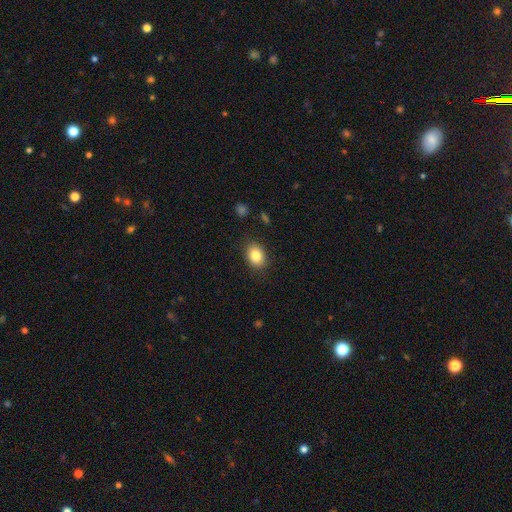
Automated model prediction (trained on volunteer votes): This appears to be a smooth galaxy with no disk features (84%) that is in between round and cigar-shaped (66%). Merging: none (85%).